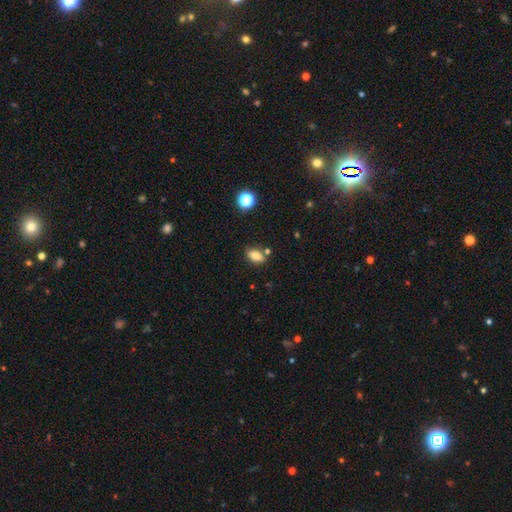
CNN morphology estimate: Q: Smooth or featured?
A: smooth (83%); runner-up: star or artifact (10%)
Q: How rounded?
A: in between (86%); runner-up: round (8%)
Q: Merging?
A: none (76%); runner-up: minor disturbance (13%)